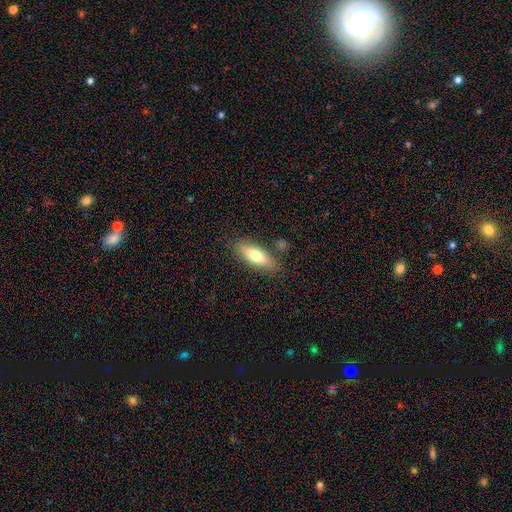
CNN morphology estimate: Overall: smooth (67%). How rounded: in between (58%; cigar-shaped 40%). Merging: none (82%).